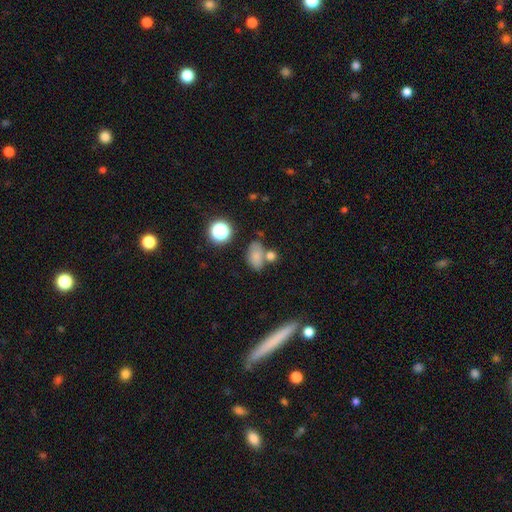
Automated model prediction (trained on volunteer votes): smooth-or-featured: smooth: 76% | star or artifact: 14% | featured or disk: 10%
  how-rounded: in between: 83% | round: 15% | cigar-shaped: 2%
  merging: none: 54% | merger: 24% | minor disturbance: 16% | major disturbance: 6%